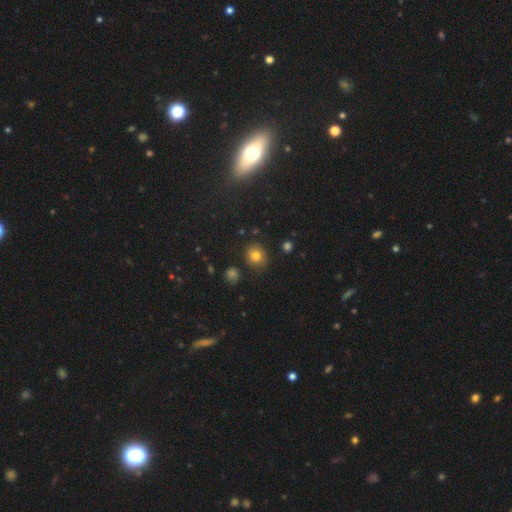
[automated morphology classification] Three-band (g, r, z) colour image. It shows a smooth galaxy with no disk features (78%) that is round (76%). Merging: none (85%).